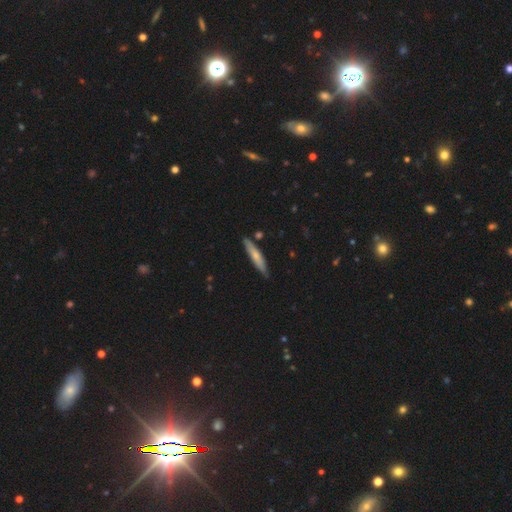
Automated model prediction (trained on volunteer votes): Q: Smooth or featured?
A: smooth (61%); runner-up: featured or disk (33%)
Q: How rounded?
A: cigar-shaped (89%); runner-up: in between (10%)
Q: Merging?
A: none (82%); runner-up: minor disturbance (13%)